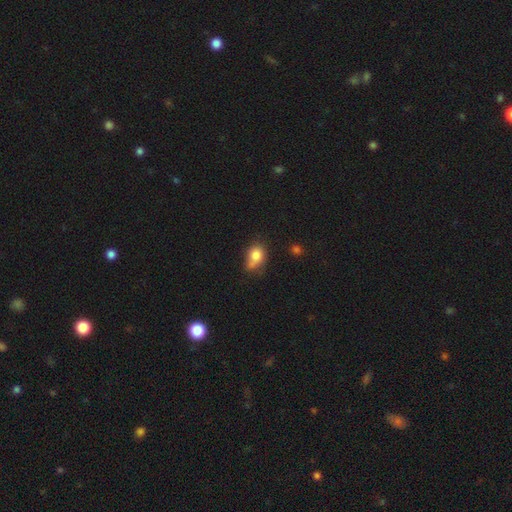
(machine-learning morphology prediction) smooth 79%, featured or disk 11%, star or artifact 10%. Down the decision tree: how rounded — in between (52%); merging — none (43%).